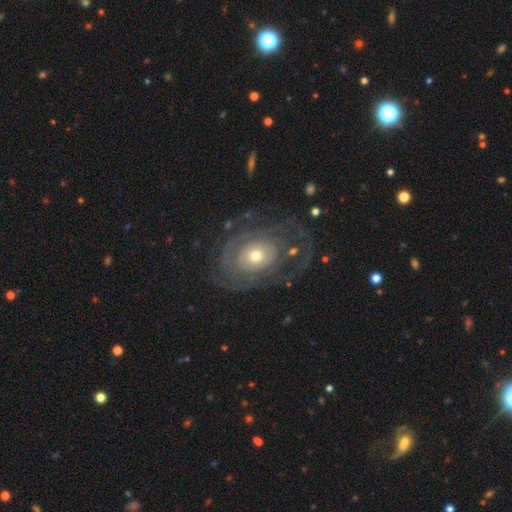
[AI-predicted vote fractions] Morphology: type=featured or disk (78%); edge-on=no (96%); bar=no (86%); spiral arms=yes (74%); winding=tight (67%); arm count=can't tell (45%); bulge=moderate (52%); merging=none (64%).